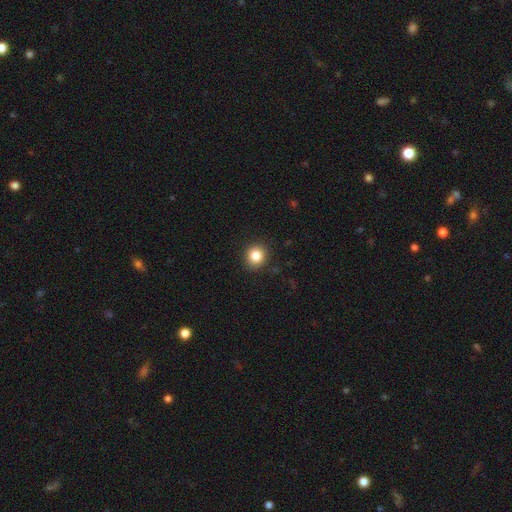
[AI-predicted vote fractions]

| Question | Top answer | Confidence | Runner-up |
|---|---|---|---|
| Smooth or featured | smooth | 84% | star or artifact (11%) |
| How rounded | round | 89% | in between (10%) |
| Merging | none | 91% | minor disturbance (6%) |